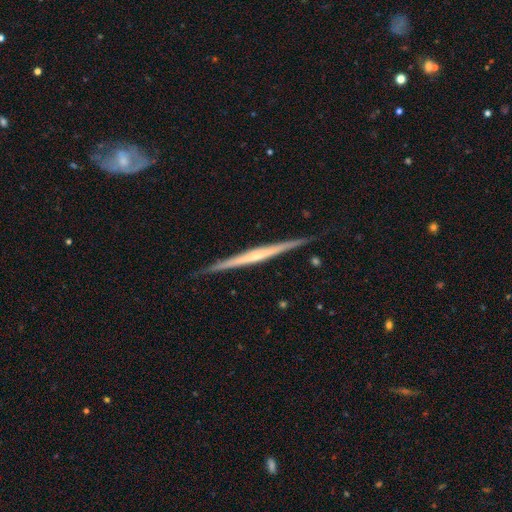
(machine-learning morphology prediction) A featured or disk galaxy (75%) viewed edge-on (98%) with no central bulge (57%). Merging: none (89%).